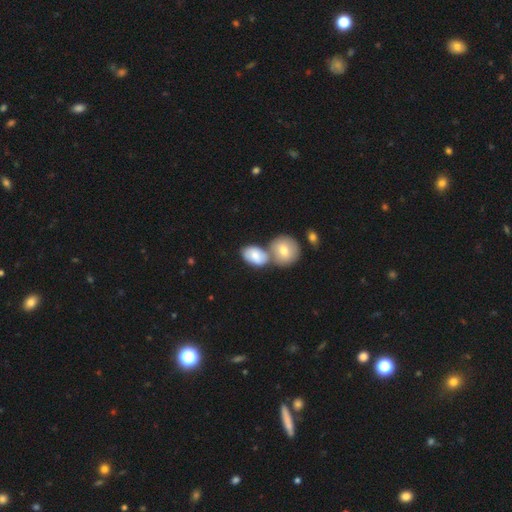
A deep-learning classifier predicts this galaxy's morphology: smooth-or-featured: smooth: 74% | featured or disk: 19% | star or artifact: 7%
  how-rounded: in between: 77% | round: 21% | cigar-shaped: 2%
  merging: merger: 50% | none: 36% | minor disturbance: 11% | major disturbance: 4%